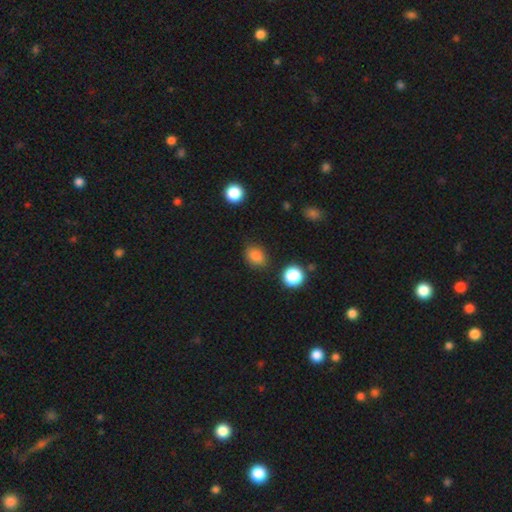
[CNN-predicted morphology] A smooth galaxy with no disk features (84%) that is in between round and cigar-shaped (60%). Merging: none (82%).